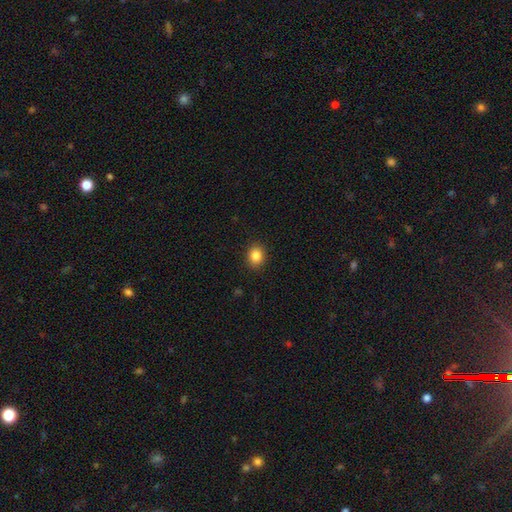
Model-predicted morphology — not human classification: Smooth or featured? Predicted: smooth (p=0.86). How rounded? Predicted: round (p=0.64). Merging? Predicted: none (p=0.90).